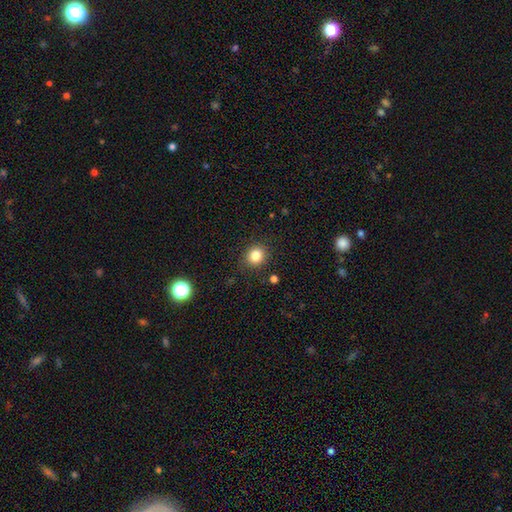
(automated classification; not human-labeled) A smooth galaxy with no disk features (83%) that is round (81%). Merging: none (87%).